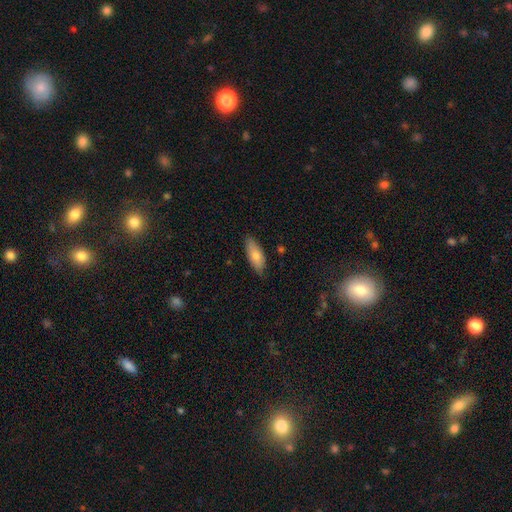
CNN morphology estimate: A smooth galaxy with no disk features (77%) that is in between round and cigar-shaped (77%). Merging: none (81%).